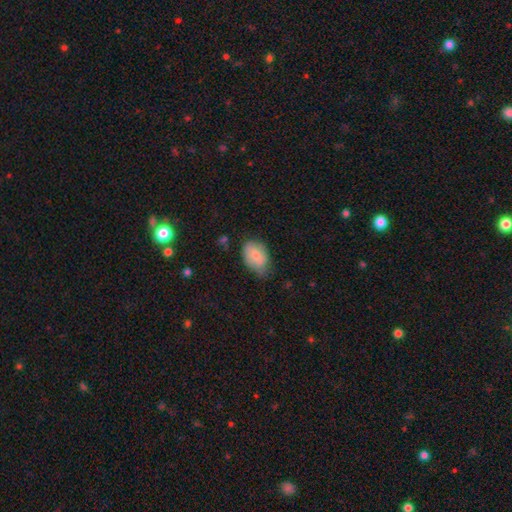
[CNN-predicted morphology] Overall: smooth (72%). How rounded: in between (84%). Merging: none (56%; minor disturbance 34%).